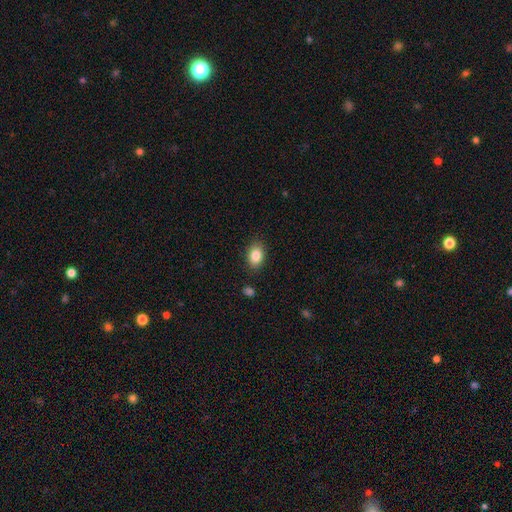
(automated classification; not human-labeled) smooth_or_featured: smooth (p=0.86) [alt: star or artifact p=0.08]
how_rounded: in between (p=0.82) [alt: round p=0.17]
merging: none (p=0.85) [alt: minor disturbance p=0.10]